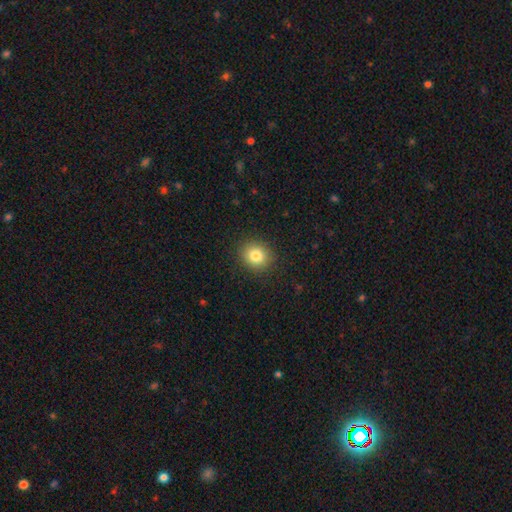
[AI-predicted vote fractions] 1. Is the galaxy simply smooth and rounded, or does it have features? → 82% smooth, 11% star or artifact, 7% featured or disk.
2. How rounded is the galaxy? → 73% round, 26% in between, 1% cigar-shaped.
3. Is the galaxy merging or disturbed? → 89% none, 7% minor disturbance, 2% major disturbance, 1% merger.